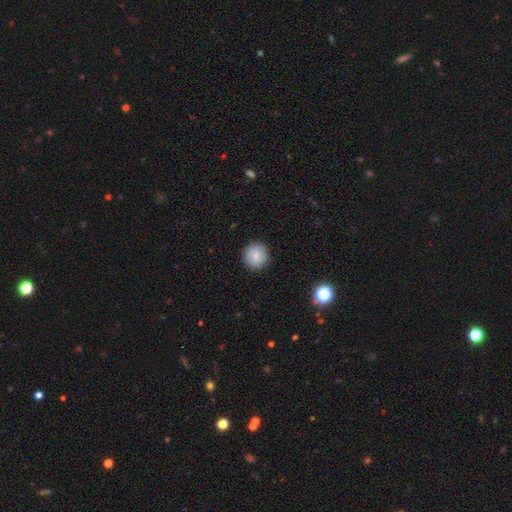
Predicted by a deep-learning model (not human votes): This is clearly a smooth galaxy (85%). How rounded: clearly round (94%). Merging: clearly none (90%).